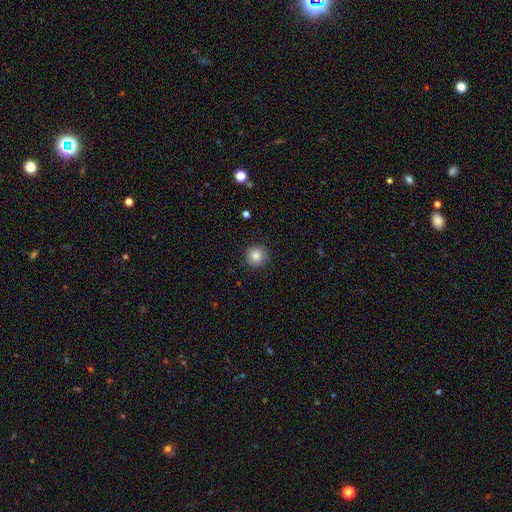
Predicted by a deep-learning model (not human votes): Morphology: type=smooth (84%); roundness=round (94%); merging=none (88%).